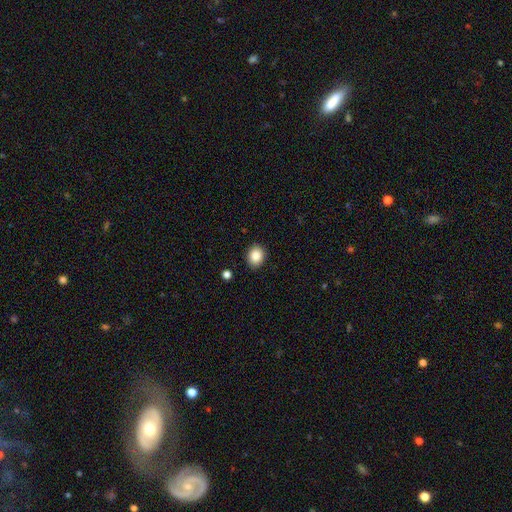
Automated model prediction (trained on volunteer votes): This is clearly a smooth galaxy (86%). How rounded: possibly round (55%). Merging: clearly none (90%).